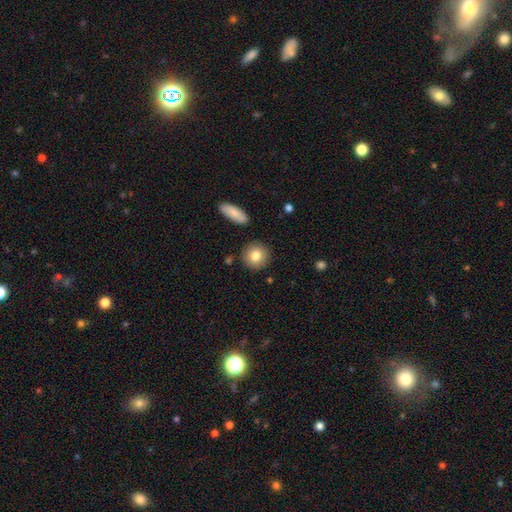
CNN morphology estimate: type=smooth (81%); roundness=round (90%); merging=none (88%).